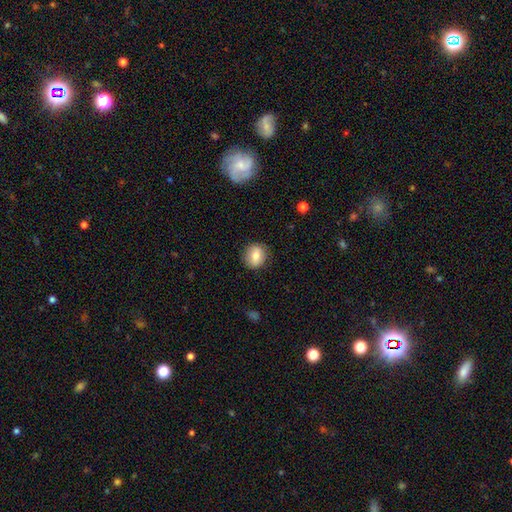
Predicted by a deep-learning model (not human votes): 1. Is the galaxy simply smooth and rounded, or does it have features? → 76% smooth, 15% featured or disk, 8% star or artifact.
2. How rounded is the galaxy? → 77% round, 22% in between, 1% cigar-shaped.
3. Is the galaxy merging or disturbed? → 86% none, 10% minor disturbance, 3% major disturbance, 1% merger.